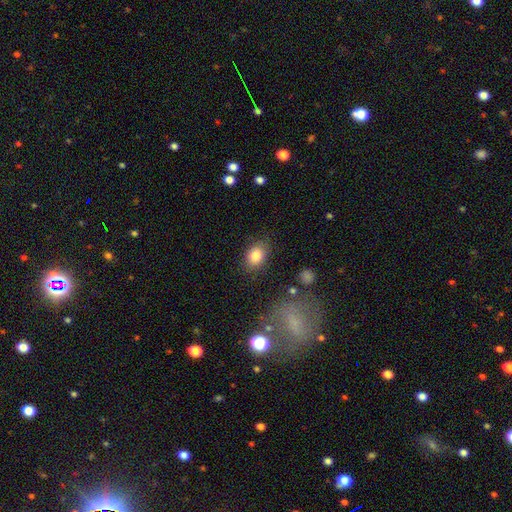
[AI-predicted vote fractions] Smooth or featured? smooth (84%)
How rounded? in between (72%)
Merging? none (79%)